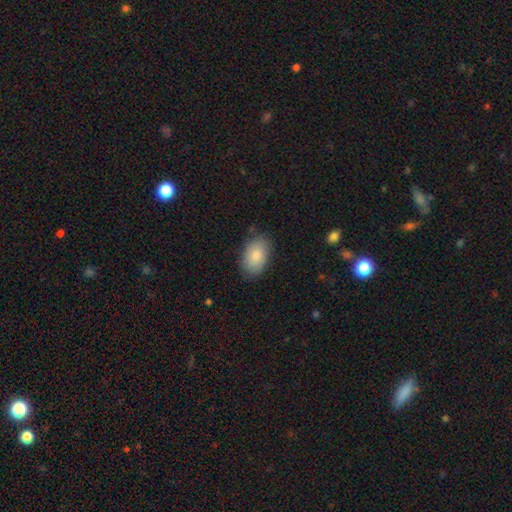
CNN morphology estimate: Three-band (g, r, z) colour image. It shows a smooth galaxy with no disk features (84%) that is in between round and cigar-shaped (92%). Merging: none (80%).